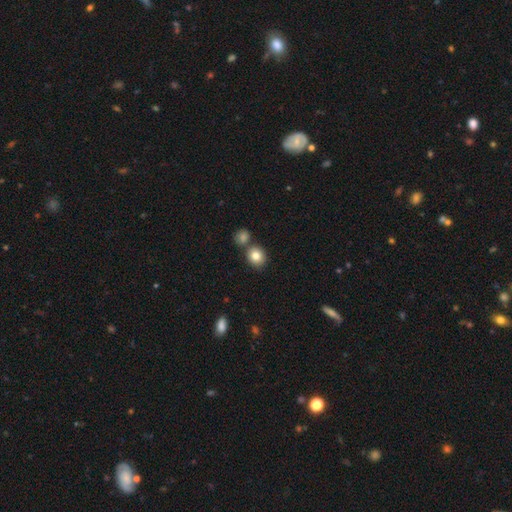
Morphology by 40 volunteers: Smooth or featured? smooth (82%)
How rounded? round (70%)
Merging? none (77%)